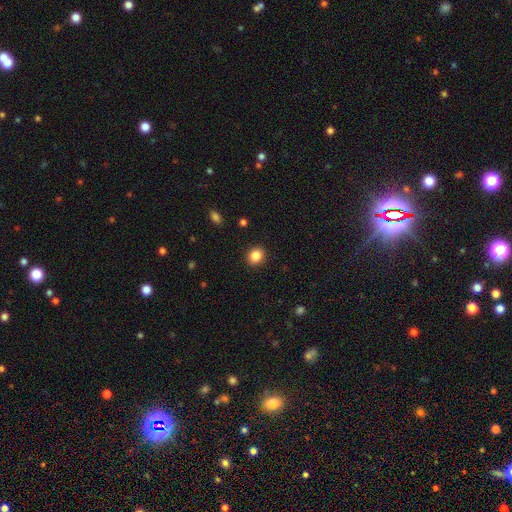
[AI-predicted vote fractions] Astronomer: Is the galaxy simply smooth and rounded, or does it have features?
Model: smooth — 86%.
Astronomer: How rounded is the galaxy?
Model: round — 68%.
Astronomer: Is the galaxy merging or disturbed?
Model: none — 90%.